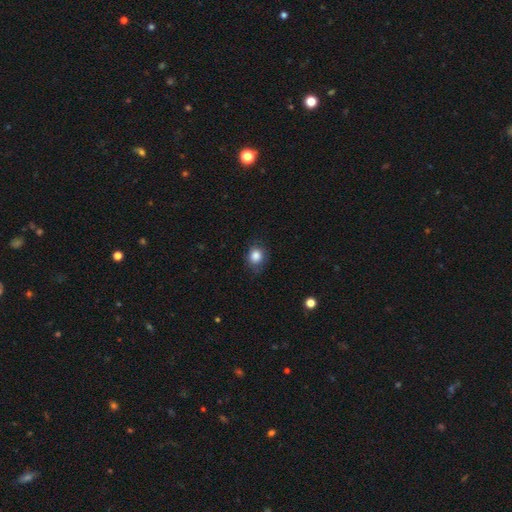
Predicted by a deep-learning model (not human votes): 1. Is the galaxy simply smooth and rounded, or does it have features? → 85% smooth, 9% star or artifact, 6% featured or disk.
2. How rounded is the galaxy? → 64% round, 35% in between, 1% cigar-shaped.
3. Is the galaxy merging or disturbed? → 73% none, 20% minor disturbance, 6% major disturbance, 1% merger.